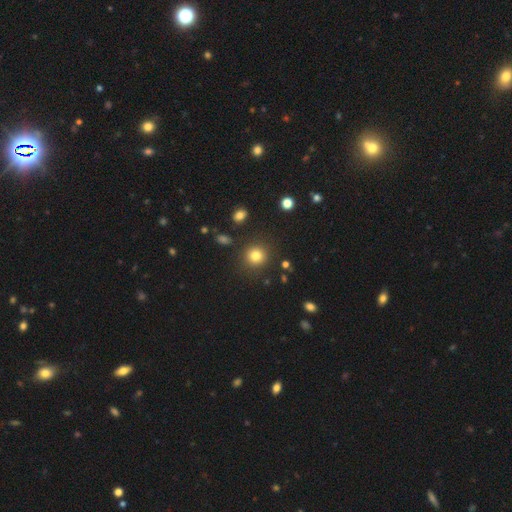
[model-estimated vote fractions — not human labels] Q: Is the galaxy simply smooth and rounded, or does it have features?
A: smooth — 81%.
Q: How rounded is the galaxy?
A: round — 91%.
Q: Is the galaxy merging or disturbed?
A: none — 87%.